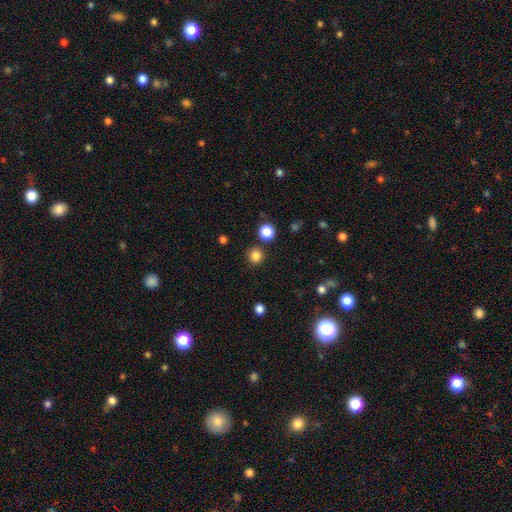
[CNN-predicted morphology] smooth 83%, star or artifact 13%, featured or disk 4%. Down the decision tree: how rounded — round (94%); merging — none (86%).